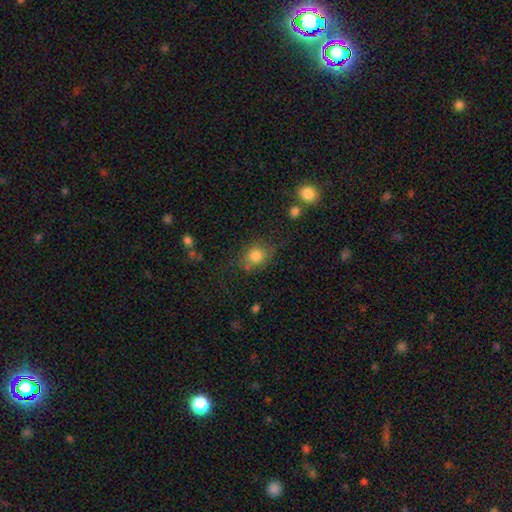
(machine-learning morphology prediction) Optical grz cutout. It shows a smooth galaxy with no disk features (79%) that is round (65%). Merging: none (63%).